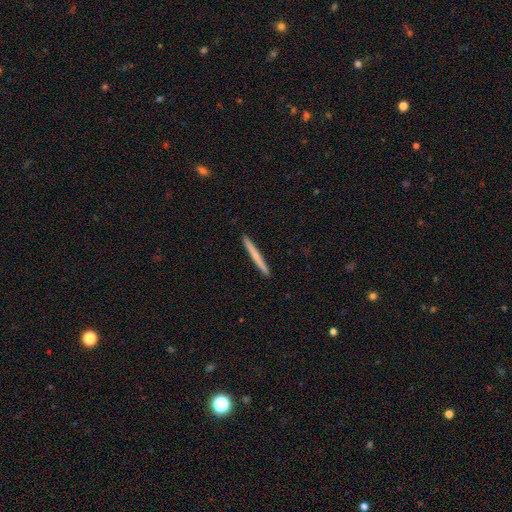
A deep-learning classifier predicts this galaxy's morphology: Smooth or featured? smooth (54%)
How rounded? cigar-shaped (97%)
Merging? none (93%)